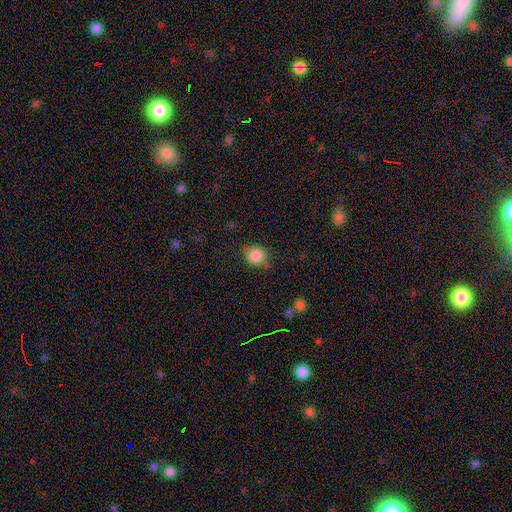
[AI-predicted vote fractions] Overall: smooth (85%). How rounded: round (86%). Merging: none (76%).